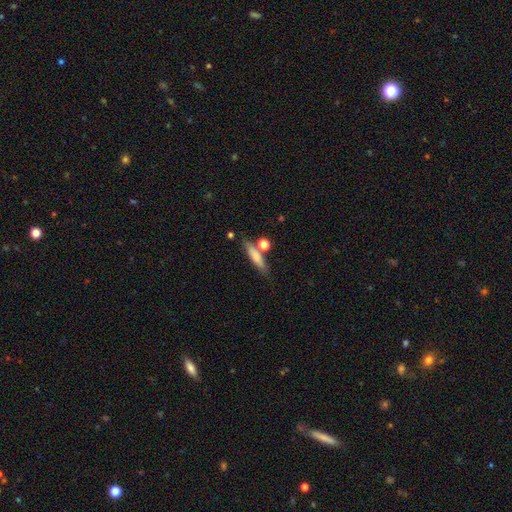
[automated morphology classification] This appears to be a smooth galaxy with no disk features (73%) that is cigar-shaped (75%). Merging: none (69%).